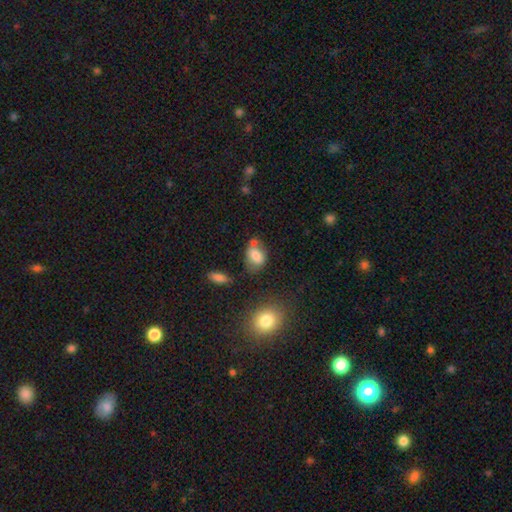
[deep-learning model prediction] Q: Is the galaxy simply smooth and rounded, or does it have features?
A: smooth — 76%.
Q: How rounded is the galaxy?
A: in between — 72%.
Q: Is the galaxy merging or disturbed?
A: none — 50%.